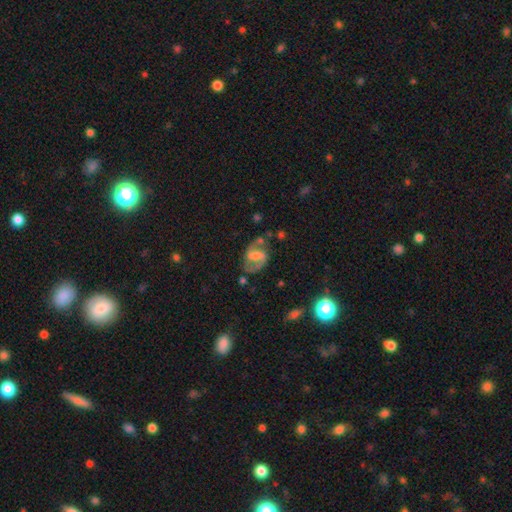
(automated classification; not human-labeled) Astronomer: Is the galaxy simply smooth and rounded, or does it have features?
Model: featured or disk — 84%.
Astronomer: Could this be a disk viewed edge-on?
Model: no — 98%.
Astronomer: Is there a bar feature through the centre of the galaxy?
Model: weak — 48% (runner-up: strong, 32%).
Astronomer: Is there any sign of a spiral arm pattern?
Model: yes — 95%.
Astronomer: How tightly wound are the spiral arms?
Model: medium — 57%.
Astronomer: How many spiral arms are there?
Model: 2 — 92%.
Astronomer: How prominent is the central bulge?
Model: none — 34% (runner-up: small, 29%).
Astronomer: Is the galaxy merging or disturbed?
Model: none — 69%.